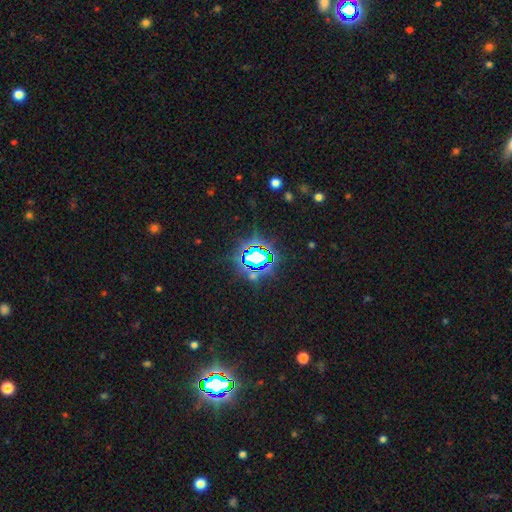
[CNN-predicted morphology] Smooth or featured?
  - star or artifact: 78% *
  - smooth: 12%
  - featured or disk: 10%